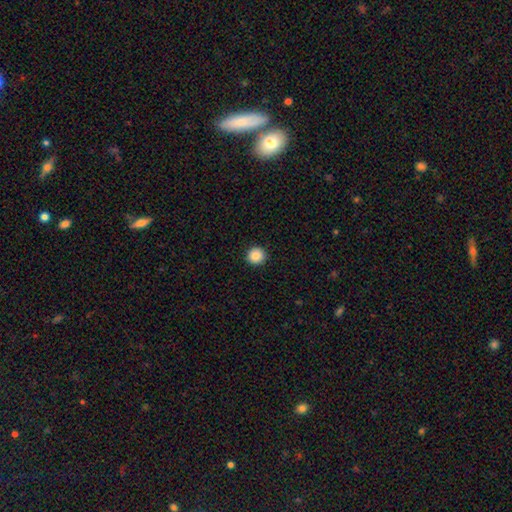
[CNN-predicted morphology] type=smooth (87%); roundness=round (95%); merging=none (93%).